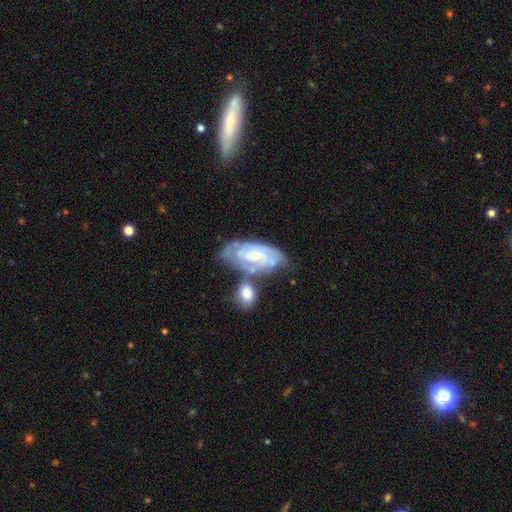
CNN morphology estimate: featured or disk 74%, smooth 20%, star or artifact 6%. Down the decision tree: edge-on disk — no (94%); bar — no (52%); spiral arms — yes (83%); spiral arm count — can't tell (47%); spiral winding — tight (59%); bulge size — small (61%); merging — none (40%).